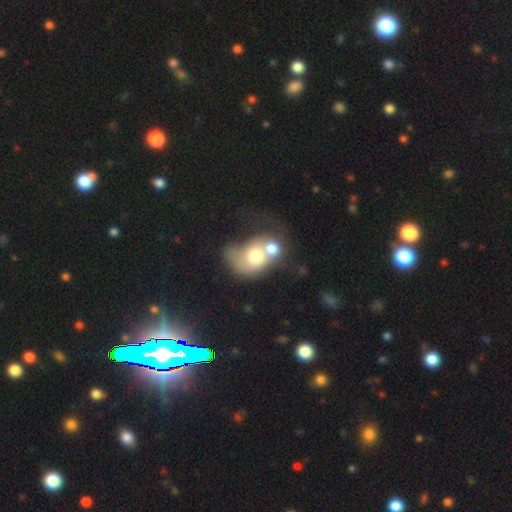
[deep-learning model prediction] This appears to be a smooth galaxy with no disk features (57%) that is in between round and cigar-shaped (58%). Merging: merger (69%).